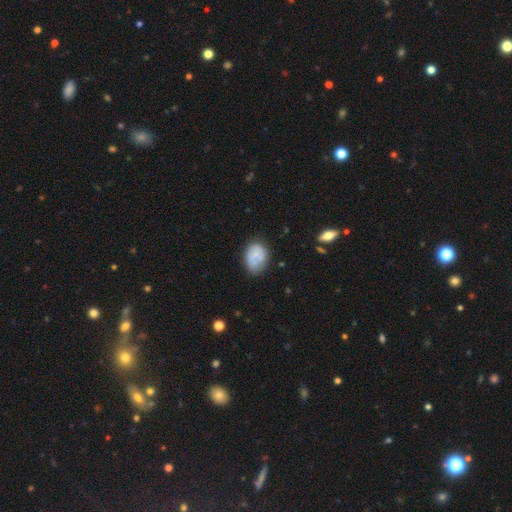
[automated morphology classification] smooth 73%, featured or disk 19%, star or artifact 8%. Down the decision tree: how rounded — in between (71%); merging — none (60%).